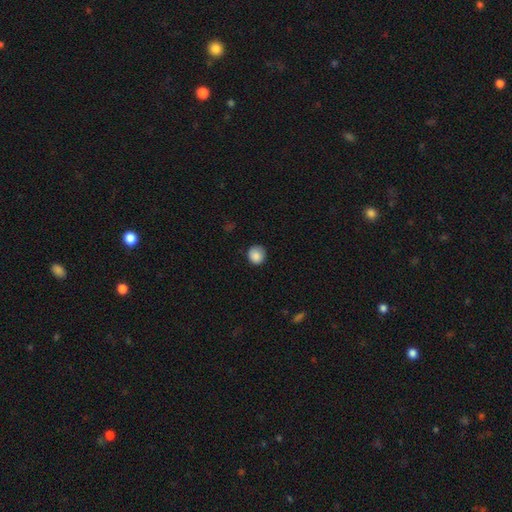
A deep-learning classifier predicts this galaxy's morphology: A smooth galaxy with no disk features (87%) that is round (90%).

Vote fractions:
- Smooth or featured? smooth: 87% / star or artifact: 9% / featured or disk: 4%
- How rounded? round: 90% / in between: 9% / cigar-shaped: 1%
- Merging? none: 82% / minor disturbance: 14% / major disturbance: 3% / merger: 1%